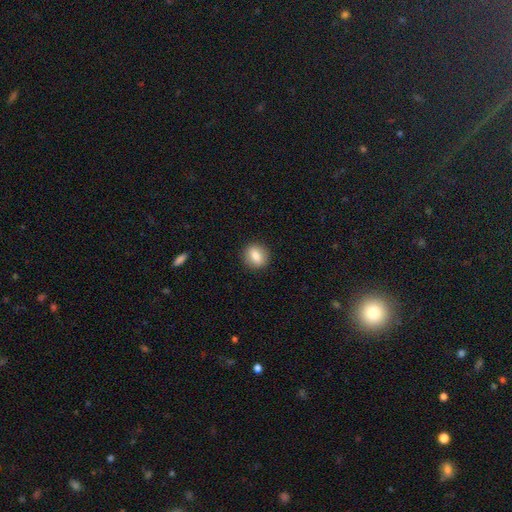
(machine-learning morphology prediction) The model was most divided on "how rounded": round: 71%, in between: 27%, cigar-shaped: 2%. More confident: merging — none (90%); smooth or featured — smooth (80%).